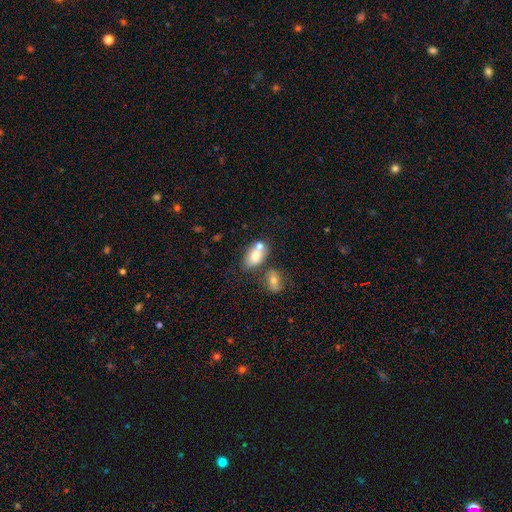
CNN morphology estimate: type=smooth (73%); roundness=in between (85%); merging=none (44%).